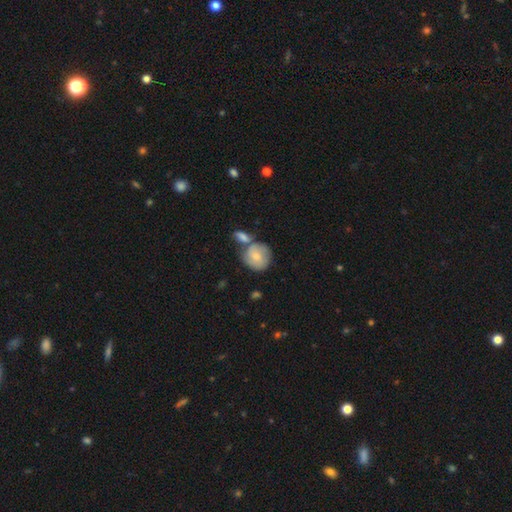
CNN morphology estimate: A smooth galaxy with no disk features (64%) that is round (83%).

Vote fractions:
- Smooth or featured? smooth: 64% / featured or disk: 29% / star or artifact: 7%
- How rounded? round: 83% / in between: 16% / cigar-shaped: 1%
- Merging? merger: 40% (tied) / none: 40% (tied) / minor disturbance: 15% / major disturbance: 5%